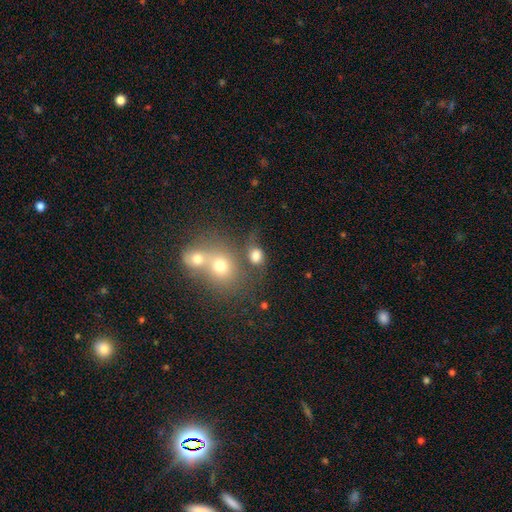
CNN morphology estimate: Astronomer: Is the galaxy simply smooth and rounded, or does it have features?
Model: smooth — 74%.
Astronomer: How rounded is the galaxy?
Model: round — 55% (runner-up: in between, 44%).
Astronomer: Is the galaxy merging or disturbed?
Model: none — 41% (runner-up: merger, 36%).